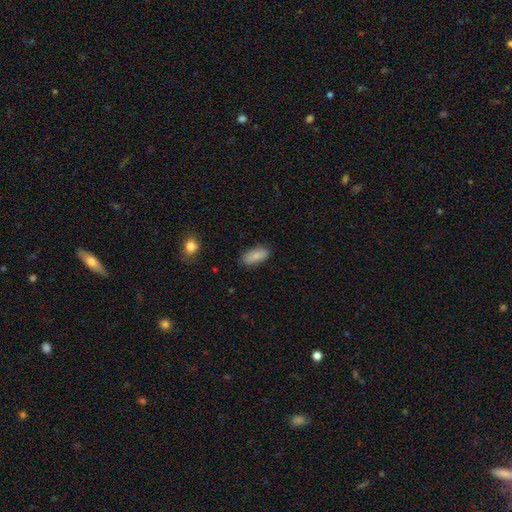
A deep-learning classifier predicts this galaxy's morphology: Smooth or featured? smooth (83%)
How rounded? in between (87%)
Merging? none (83%)